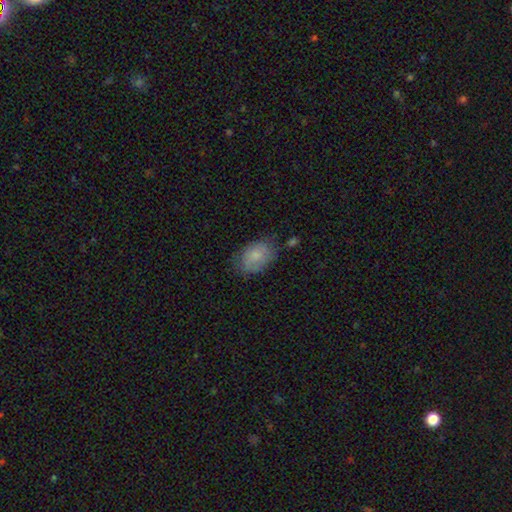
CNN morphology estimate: smooth-or-featured: smooth: 77% | featured or disk: 16% | star or artifact: 7%
  how-rounded: in between: 84% | round: 15% | cigar-shaped: 1%
  merging: none: 67% | minor disturbance: 24% | major disturbance: 6% | merger: 2%